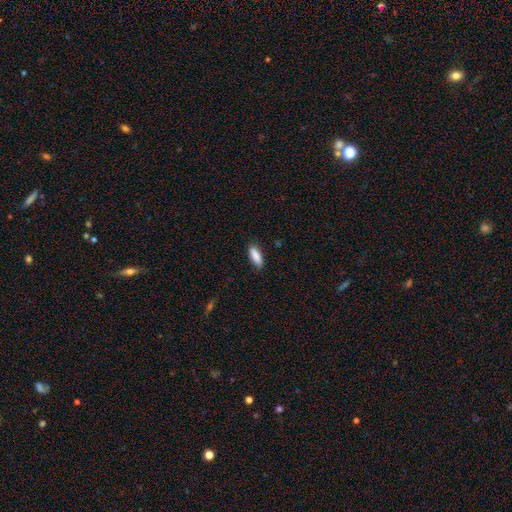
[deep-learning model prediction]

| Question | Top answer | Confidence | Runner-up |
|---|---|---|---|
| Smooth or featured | smooth | 89% | star or artifact (6%) |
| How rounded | in between | 68% | cigar-shaped (30%) |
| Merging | none | 86% | minor disturbance (11%) |